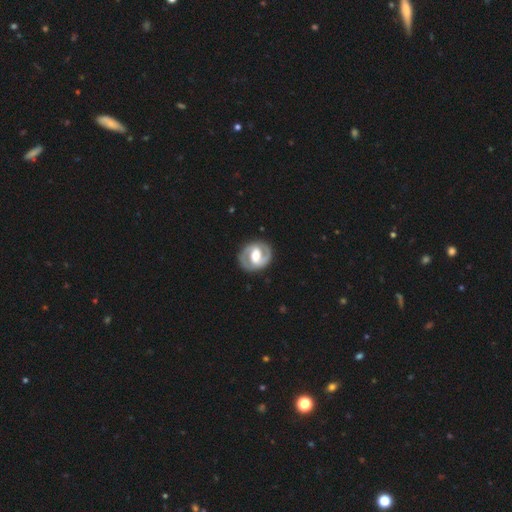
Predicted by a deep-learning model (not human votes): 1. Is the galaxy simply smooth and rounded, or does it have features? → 83% featured or disk, 13% smooth, 4% star or artifact.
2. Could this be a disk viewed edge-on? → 97% no, 3% yes.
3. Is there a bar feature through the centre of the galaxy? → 40% weak, 39% strong, 21% no.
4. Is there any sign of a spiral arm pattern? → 85% yes, 15% no.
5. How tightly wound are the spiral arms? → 46% medium, 43% tight, 12% loose.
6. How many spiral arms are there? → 90% 2, 4% can't tell, 2% 1, 1% 3, 1% 4, 1% more than 4.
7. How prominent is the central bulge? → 67% moderate, 20% large, 10% small, 1% dominant, 1% none.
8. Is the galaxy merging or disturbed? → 86% none, 9% minor disturbance, 3% major disturbance, 1% merger.